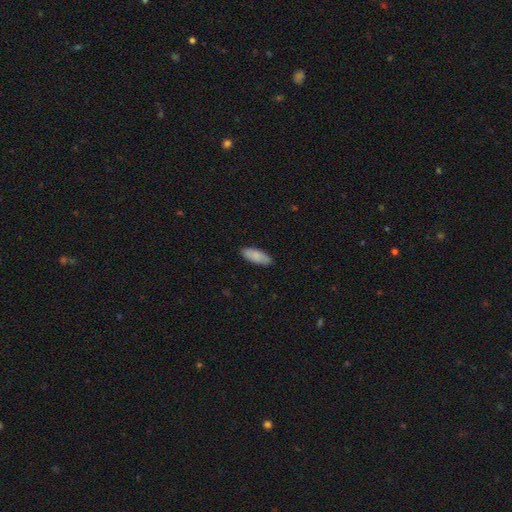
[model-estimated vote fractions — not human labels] Smooth or featured? Predicted: smooth (p=0.84). How rounded? Predicted: in between (p=0.78). Merging? Predicted: none (p=0.86).